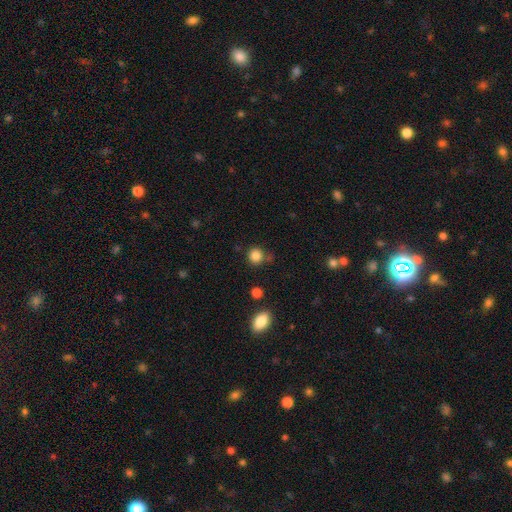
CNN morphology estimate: Smooth or featured? Predicted: smooth (p=0.85). How rounded? Predicted: round (p=0.88). Merging? Predicted: none (p=0.78).